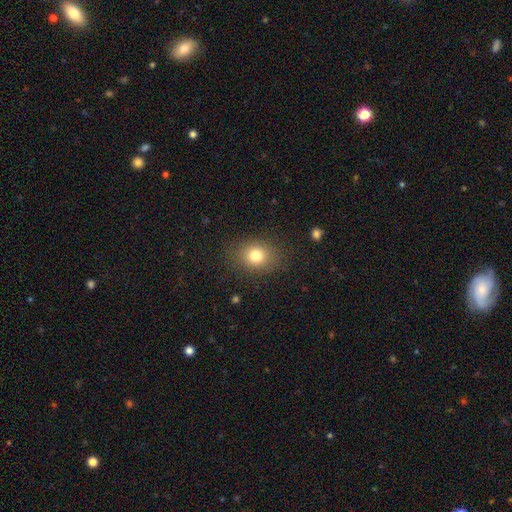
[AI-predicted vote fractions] Smooth or featured: smooth — 79% (star or artifact — 12%)
How rounded: round — 54% (in between — 45%)
Merging: none — 84% (minor disturbance — 10%)